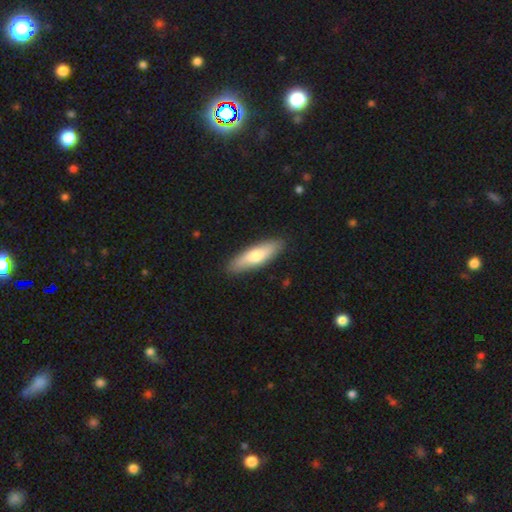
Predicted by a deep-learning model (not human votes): Smooth or featured? smooth (68%)
How rounded? cigar-shaped (61%)
Merging? none (88%)